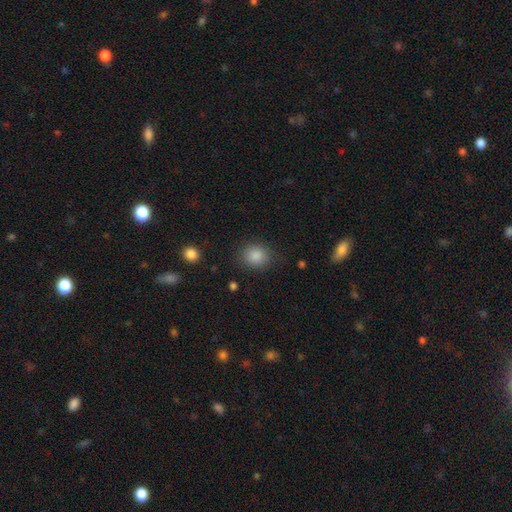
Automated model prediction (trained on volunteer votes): Smooth or featured? Predicted: smooth (p=0.86). How rounded? Predicted: round (p=0.74). Merging? Predicted: none (p=0.83).